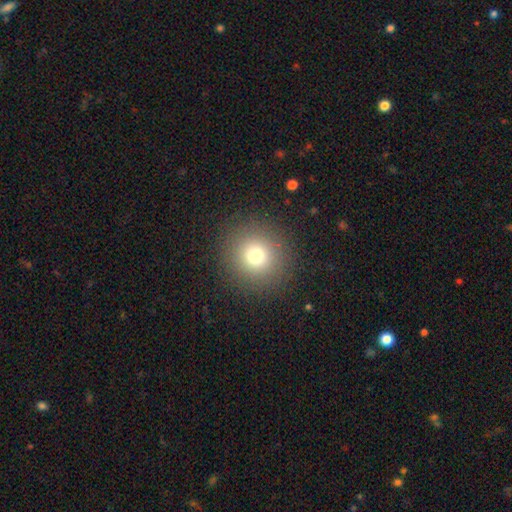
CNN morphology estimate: Smooth or featured?
  - smooth: 75% *
  - star or artifact: 16%
  - featured or disk: 9%
How rounded?
  - round: 94% *
  - in between: 5%
  - cigar-shaped: 1%
Merging?
  - none: 90% *
  - minor disturbance: 6%
  - major disturbance: 3%
  - merger: 1%